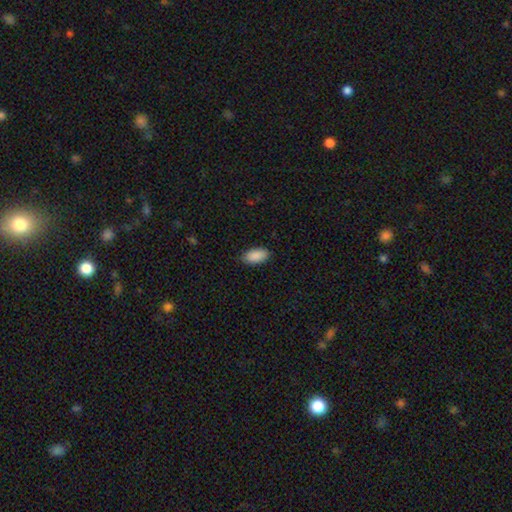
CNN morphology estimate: smooth_or_featured: smooth (p=0.90) [alt: star or artifact p=0.07]
how_rounded: in between (p=0.94) [alt: cigar-shaped p=0.04]
merging: none (p=0.82) [alt: minor disturbance p=0.15]